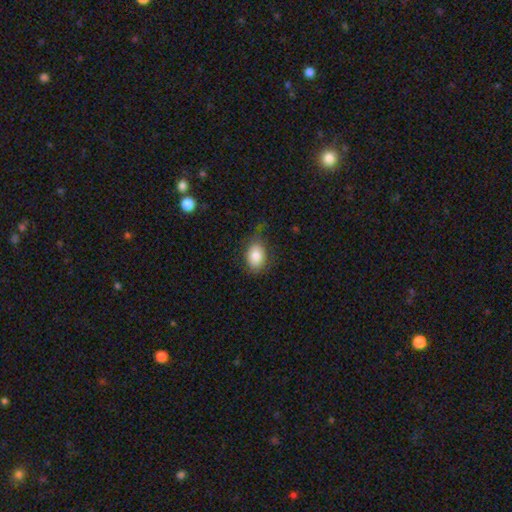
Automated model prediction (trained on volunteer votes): Overall: smooth (83%). How rounded: in between (79%). Merging: none (64%; minor disturbance 25%).